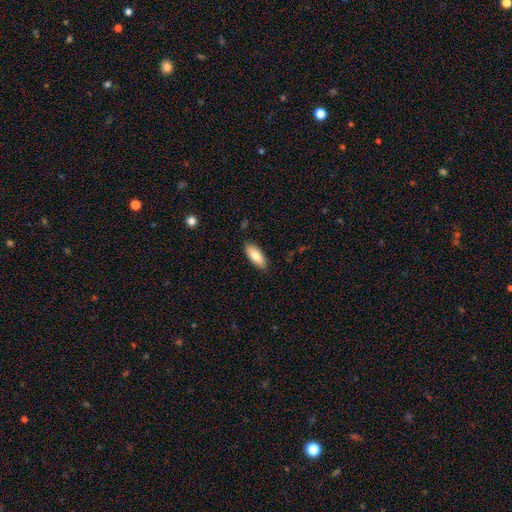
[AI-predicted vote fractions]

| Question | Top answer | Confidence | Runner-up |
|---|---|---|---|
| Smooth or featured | smooth | 78% | featured or disk (16%) |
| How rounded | in between | 76% | cigar-shaped (22%) |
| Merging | none | 86% | minor disturbance (11%) |